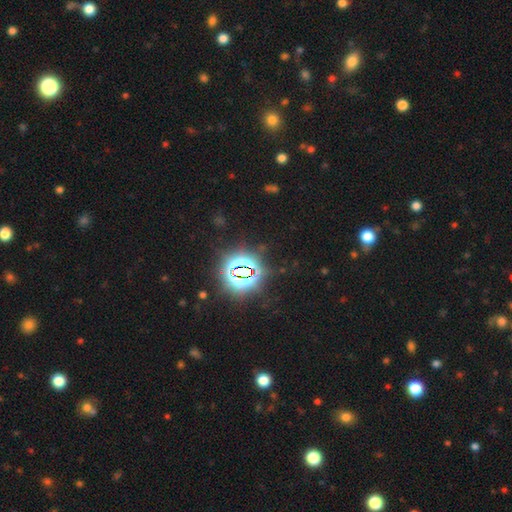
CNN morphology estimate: Q: Smooth or featured?
A: star or artifact (81%); runner-up: smooth (12%)